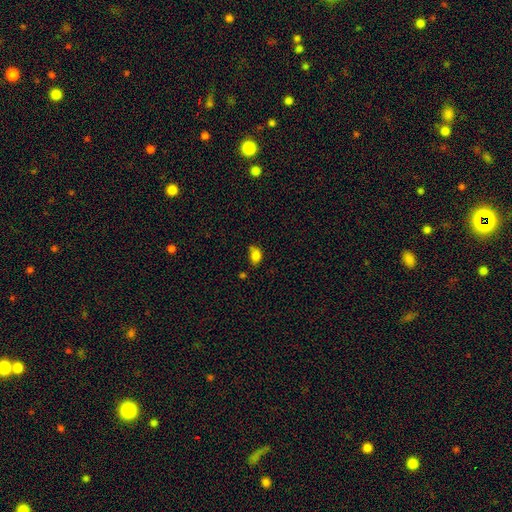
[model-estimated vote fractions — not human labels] Q: Smooth or featured?
A: smooth (82%); runner-up: star or artifact (11%)
Q: How rounded?
A: in between (76%); runner-up: round (22%)
Q: Merging?
A: none (47%); runner-up: minor disturbance (34%)